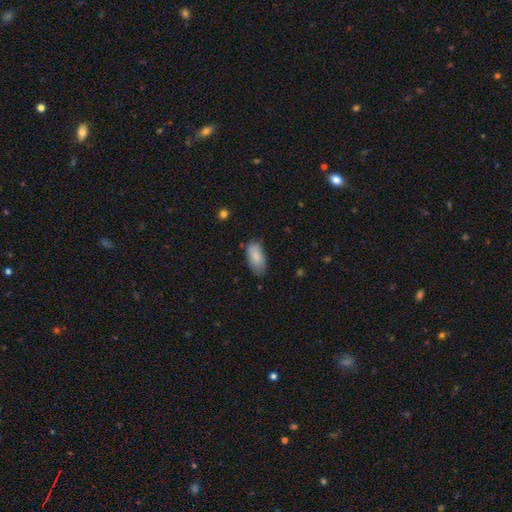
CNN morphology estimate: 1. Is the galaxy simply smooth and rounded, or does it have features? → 87% smooth, 7% featured or disk, 6% star or artifact.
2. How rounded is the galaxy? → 92% in between, 6% cigar-shaped, 2% round.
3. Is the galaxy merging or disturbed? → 73% none, 22% minor disturbance, 4% major disturbance, 2% merger.